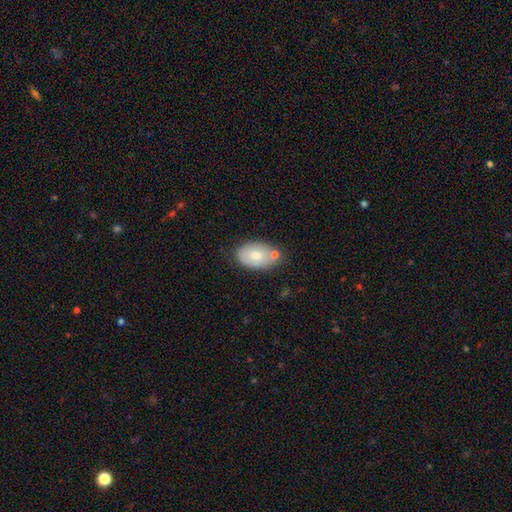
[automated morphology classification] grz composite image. It shows a smooth galaxy with no disk features (74%) that is in between round and cigar-shaped (91%). Merging: none (65%).